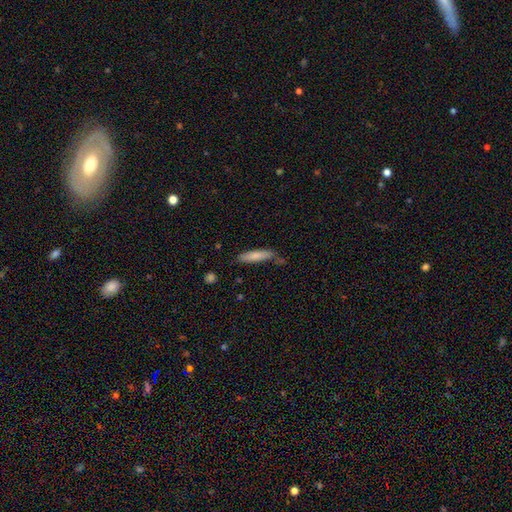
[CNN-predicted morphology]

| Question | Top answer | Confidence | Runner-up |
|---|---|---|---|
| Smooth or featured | smooth | 79% | featured or disk (15%) |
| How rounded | cigar-shaped | 78% | in between (20%) |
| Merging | none | 71% | minor disturbance (20%) |